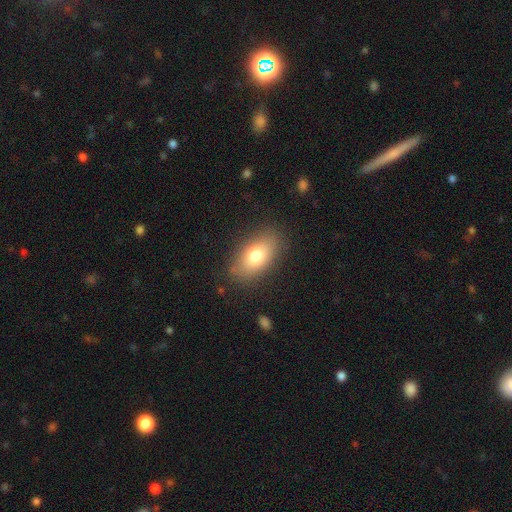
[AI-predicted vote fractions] Morphology: type=smooth (75%); roundness=in between (89%); merging=none (83%).